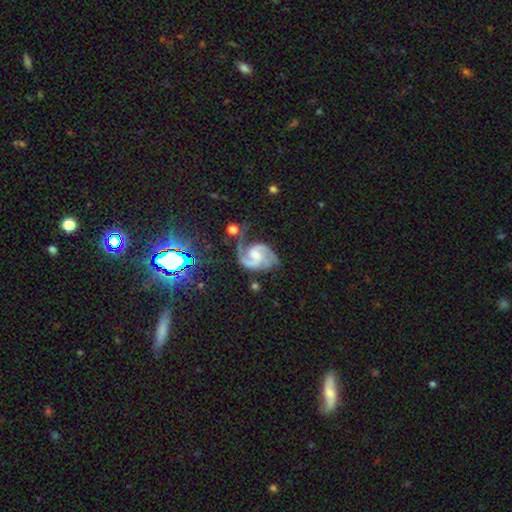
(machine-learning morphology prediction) type=featured or disk (90%); edge-on=no (98%); bar=weak (47%); spiral arms=yes (98%); winding=medium (56%); arm count=2 (79%); bulge=moderate (42%); merging=none (51%).